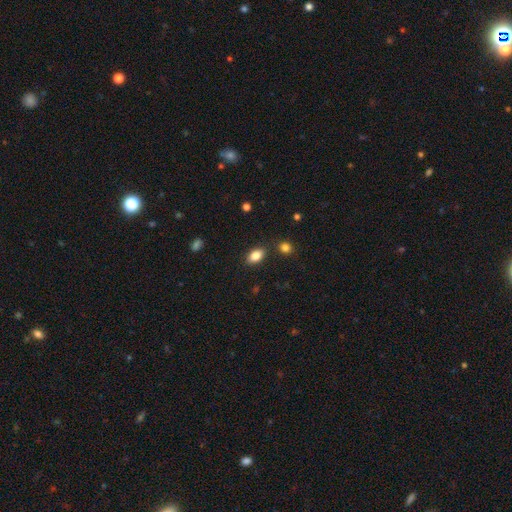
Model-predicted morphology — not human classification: A smooth galaxy with no disk features (85%) that is in between round and cigar-shaped (88%). Merging: none (84%).